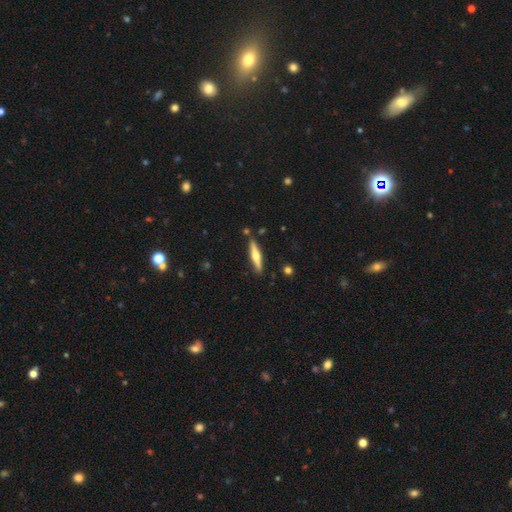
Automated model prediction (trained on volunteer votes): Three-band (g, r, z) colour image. It shows a featured or disk galaxy (61%) viewed edge-on (96%) with a rounded central bulge (91%). Merging: none (86%).